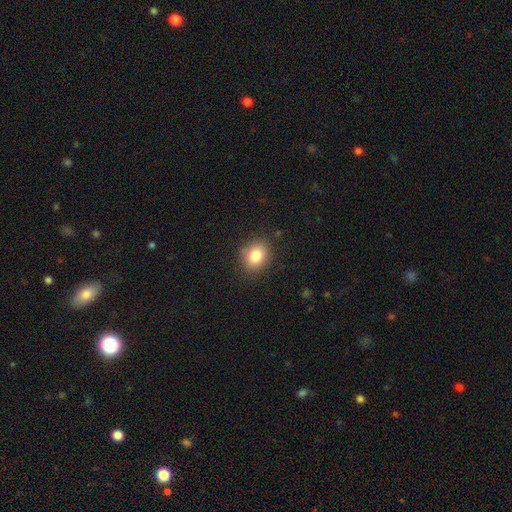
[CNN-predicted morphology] Smooth or featured? Predicted: smooth (p=0.83). How rounded? Predicted: round (p=0.52). Merging? Predicted: none (p=0.85).